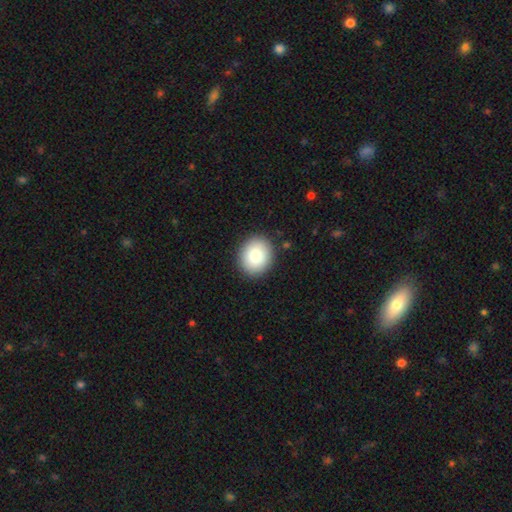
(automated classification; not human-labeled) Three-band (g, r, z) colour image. It shows a smooth galaxy with no disk features (83%) that is round (66%). Merging: none (90%).